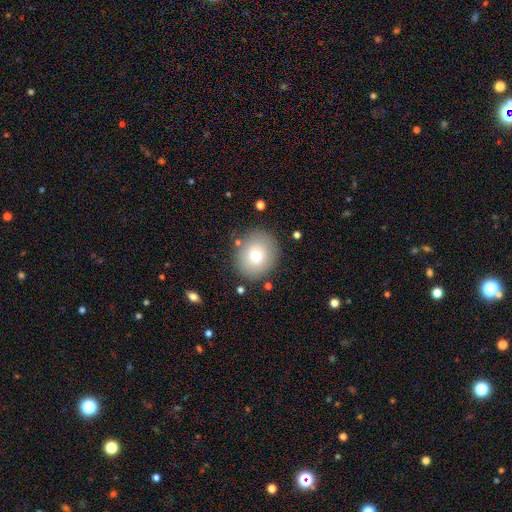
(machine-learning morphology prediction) Smooth or featured: smooth — 76% (featured or disk — 14%)
How rounded: round — 74% (in between — 25%)
Merging: none — 84% (minor disturbance — 10%)